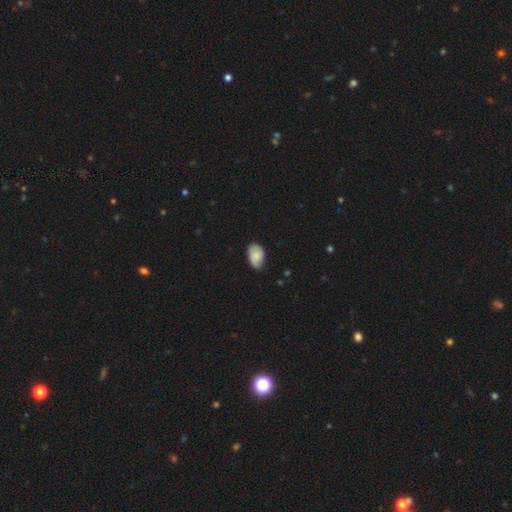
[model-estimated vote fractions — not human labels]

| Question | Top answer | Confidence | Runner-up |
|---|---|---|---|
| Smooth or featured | smooth | 74% | featured or disk (19%) |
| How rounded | in between | 89% | round (9%) |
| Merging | none | 65% | minor disturbance (29%) |